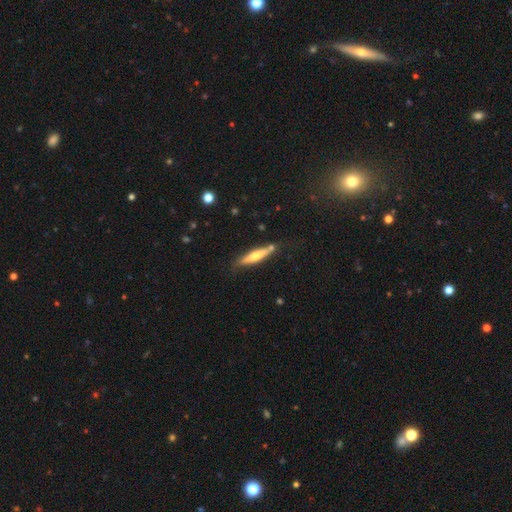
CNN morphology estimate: Smooth or featured?
  - smooth: 48% *
  - featured or disk: 46%
  - star or artifact: 6%
Merging?
  - none: 75% *
  - minor disturbance: 17%
  - merger: 5%
  - major disturbance: 4%